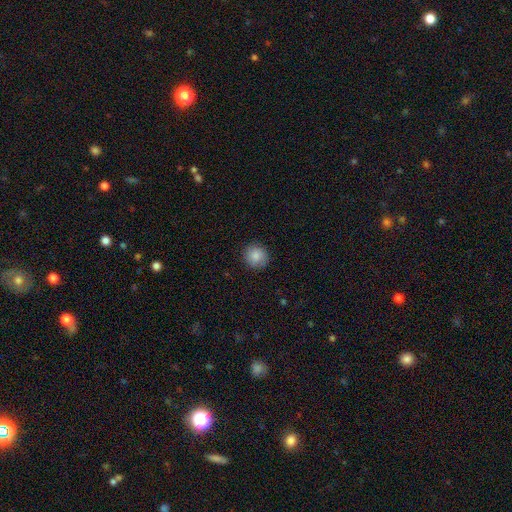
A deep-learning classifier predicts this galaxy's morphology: smooth 86%, star or artifact 9%, featured or disk 5%. Down the decision tree: how rounded — round (91%); merging — none (89%).